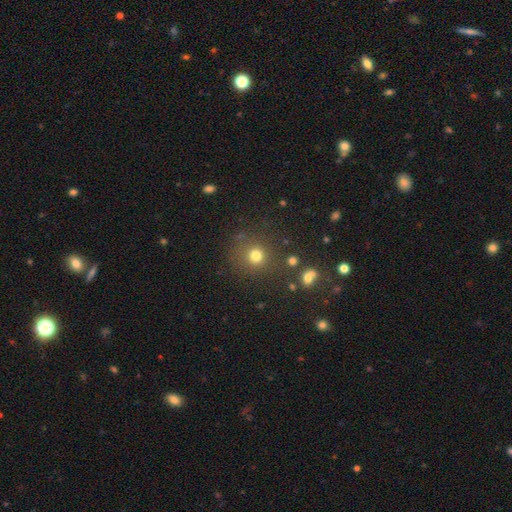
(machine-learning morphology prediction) The model was most divided on "smooth or featured": smooth: 76%, star or artifact: 18%, featured or disk: 6%. More confident: how rounded — round (91%); merging — none (81%).